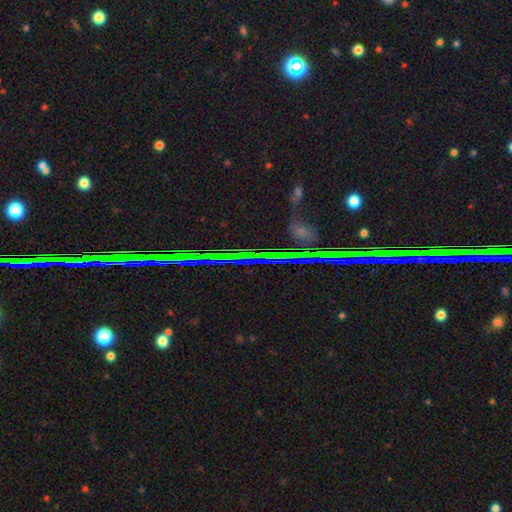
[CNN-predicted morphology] star or artifact 85%, featured or disk 8%, smooth 7%.